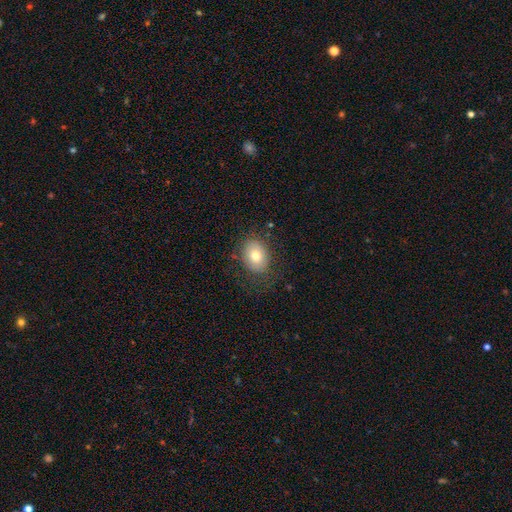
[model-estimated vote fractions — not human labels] The model was most divided on "how rounded": in between: 56%, round: 43%, cigar-shaped: 1%. More confident: merging — none (77%); smooth or featured — smooth (76%).